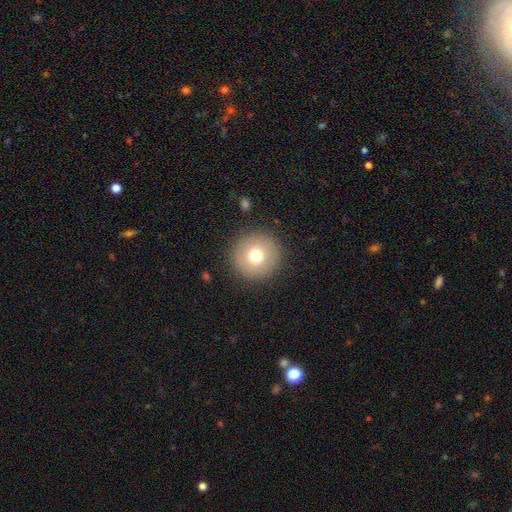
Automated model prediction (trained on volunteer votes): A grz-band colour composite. It shows a smooth galaxy with no disk features (72%) that is round (97%). Merging: none (90%).